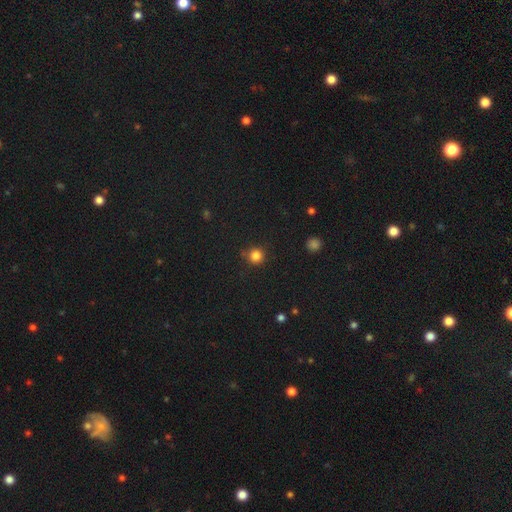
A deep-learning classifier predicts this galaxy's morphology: Smooth or featured? Predicted: smooth (p=0.83). How rounded? Predicted: round (p=0.94). Merging? Predicted: none (p=0.85).